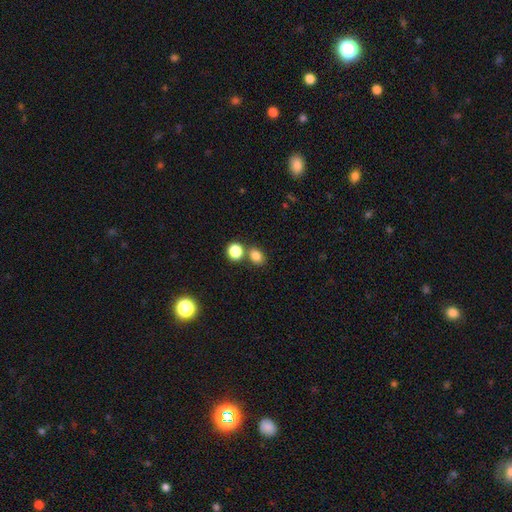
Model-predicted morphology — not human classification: Q: Smooth or featured?
A: smooth (81%); runner-up: star or artifact (13%)
Q: How rounded?
A: round (52%); runner-up: in between (47%)
Q: Merging?
A: none (62%); runner-up: merger (26%)